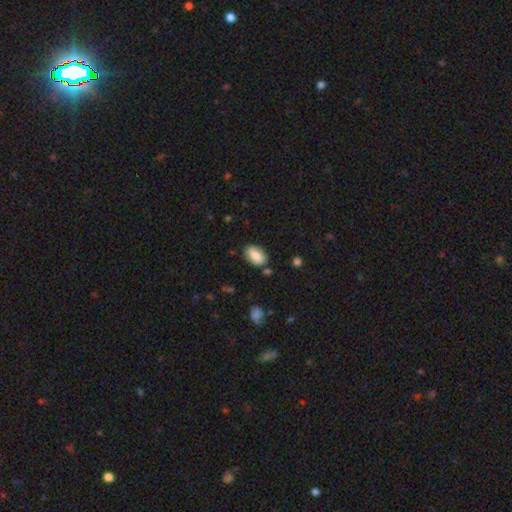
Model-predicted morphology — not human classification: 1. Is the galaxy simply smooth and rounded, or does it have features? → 78% smooth, 15% featured or disk, 7% star or artifact.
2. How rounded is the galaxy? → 90% in between, 7% round, 2% cigar-shaped.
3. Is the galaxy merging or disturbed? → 76% none, 16% minor disturbance, 4% merger, 4% major disturbance.